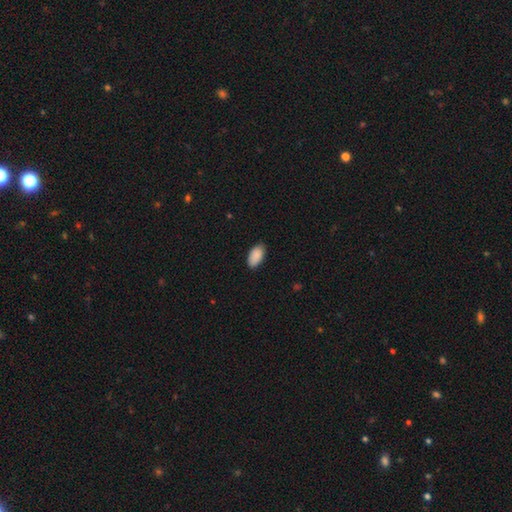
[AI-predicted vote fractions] Overall: smooth (90%). How rounded: in between (95%). Merging: none (83%).